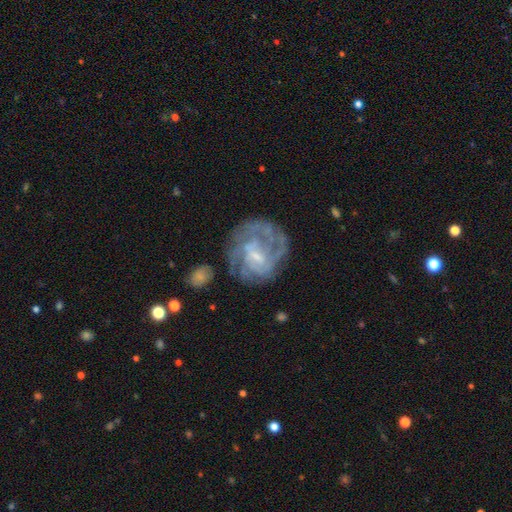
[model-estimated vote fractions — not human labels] This is likely a featured or disk galaxy (76%). It is clearly not viewed edge-on (98%). Bar: possibly weak (50%). Spiral arm pattern: likely yes (79%). Spiral arm count: possibly can't tell (47%). Spiral winding: possibly tight (50%). Central bulge: possibly small (55%). Merging: possibly none (58%).